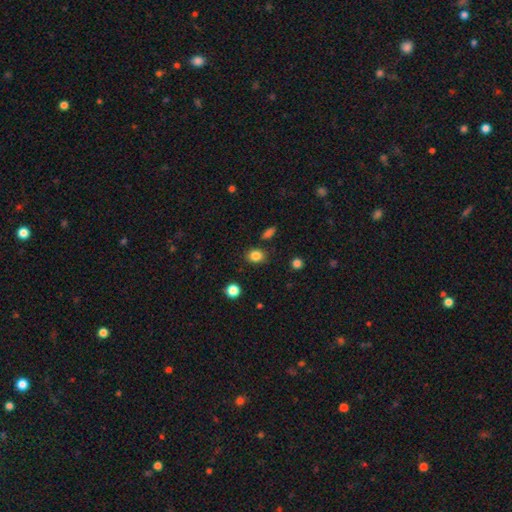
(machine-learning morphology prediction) smooth_or_featured: smooth (p=0.84) [alt: star or artifact p=0.11]
how_rounded: round (p=0.56) [alt: in between p=0.43]
merging: none (p=0.84) [alt: minor disturbance p=0.10]